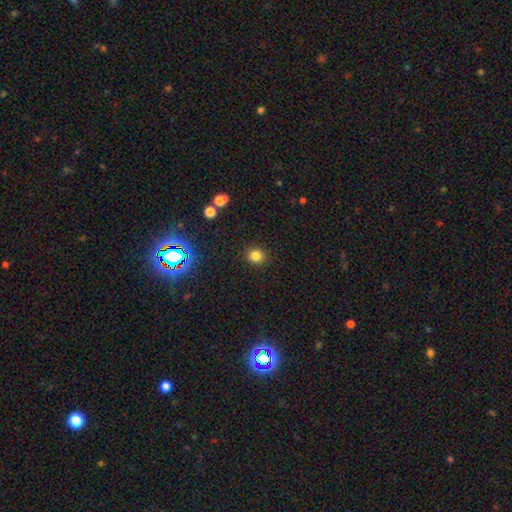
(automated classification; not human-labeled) The model was most divided on "smooth or featured": smooth: 81%, star or artifact: 14%, featured or disk: 5%. More confident: merging — none (90%); how rounded — round (87%).